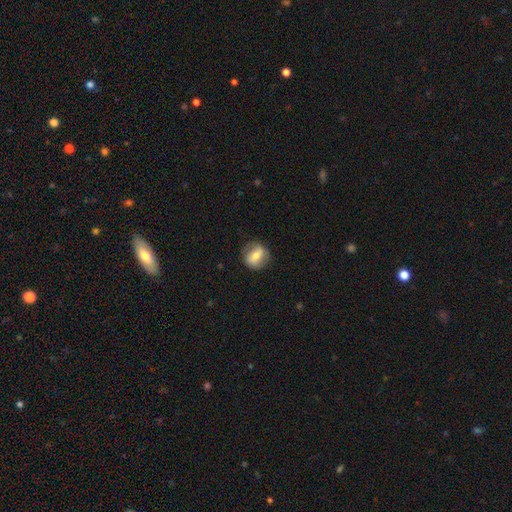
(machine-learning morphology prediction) smooth-or-featured: smooth: 57% | featured or disk: 35% | star or artifact: 8%
  how-rounded: round: 71% | in between: 27% | cigar-shaped: 2%
  merging: none: 80% | minor disturbance: 14% | major disturbance: 5% | merger: 1%